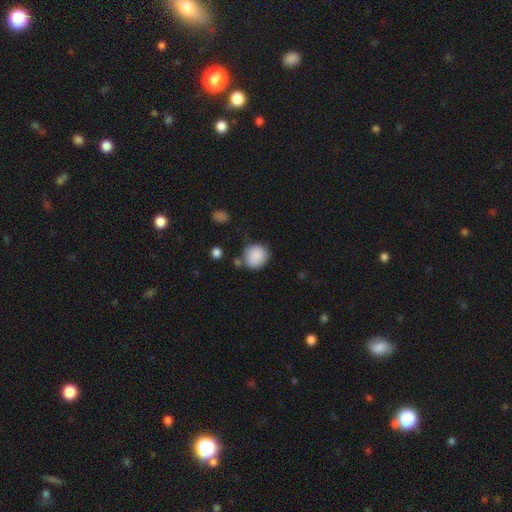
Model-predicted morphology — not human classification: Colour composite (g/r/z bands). It shows a smooth galaxy with no disk features (87%) that is round (86%). Merging: none (68%).